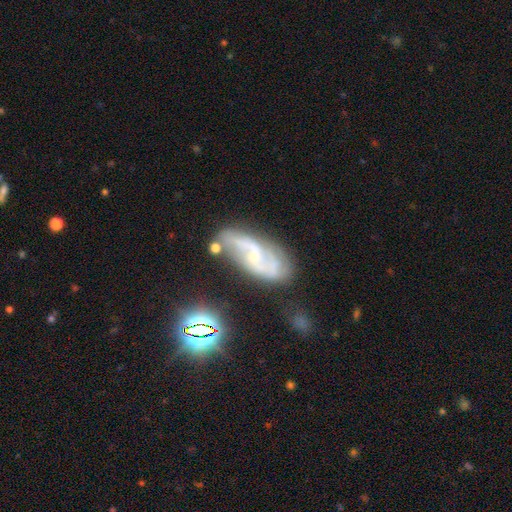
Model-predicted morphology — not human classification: Smooth or featured?
  - featured or disk: 74% *
  - smooth: 15%
  - star or artifact: 11%
Edge-on disk?
  - no: 93% *
  - yes: 7%
Bar?
  - no: 47% *
  - weak: 41%
  - strong: 12%
Spiral arms?
  - yes: 89% *
  - no: 11%
Spiral winding?
  - medium: 42% *
  - loose: 38%
  - tight: 20%
Spiral arm count?
  - 2: 67% *
  - can't tell: 18%
  - 3: 6%
  - 1: 5%
  - 4: 2%
  - more than 4: 2%
Bulge size?
  - small: 66% *
  - moderate: 24%
  - none: 7%
  - large: 2%
  - dominant: 1%
Merging?
  - none: 56% *
  - minor disturbance: 23%
  - major disturbance: 12%
  - merger: 8%